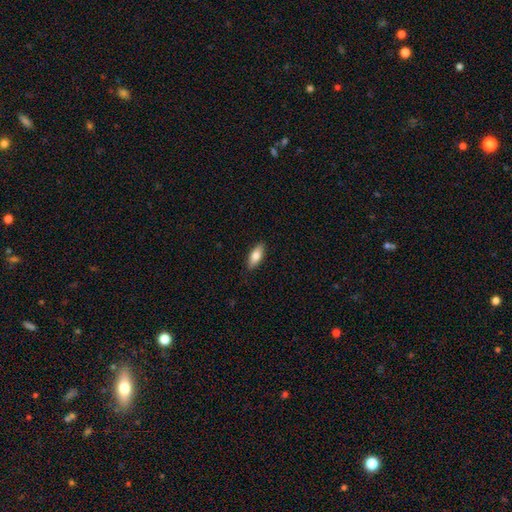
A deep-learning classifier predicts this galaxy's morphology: A smooth galaxy with no disk features (78%) that is in between round and cigar-shaped (76%).

Vote fractions:
- Smooth or featured? smooth: 78% / featured or disk: 16% / star or artifact: 6%
- How rounded? in between: 76% / cigar-shaped: 21% / round: 2%
- Merging? none: 88% / minor disturbance: 10% / major disturbance: 2% / merger: 1%